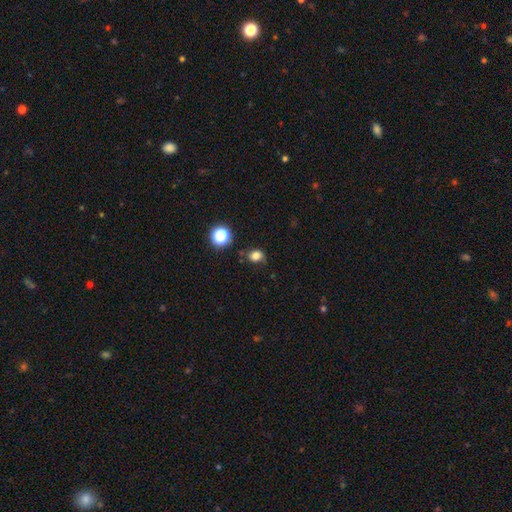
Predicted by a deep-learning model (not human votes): Overall: smooth (77%). How rounded: round (54%; in between 45%). Merging: none (66%).